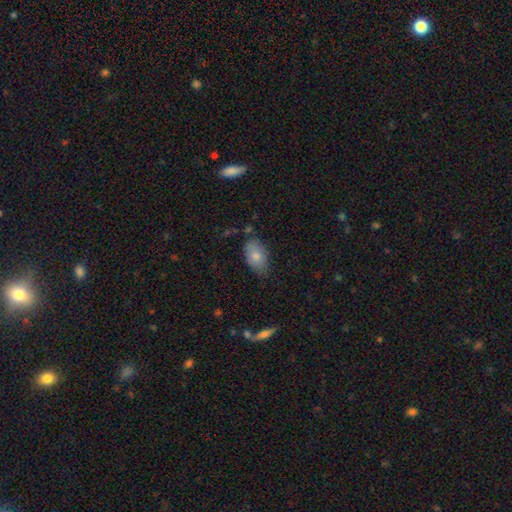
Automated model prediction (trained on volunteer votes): smooth 80%, featured or disk 13%, star or artifact 7%. Down the decision tree: how rounded — in between (91%); merging — none (67%).